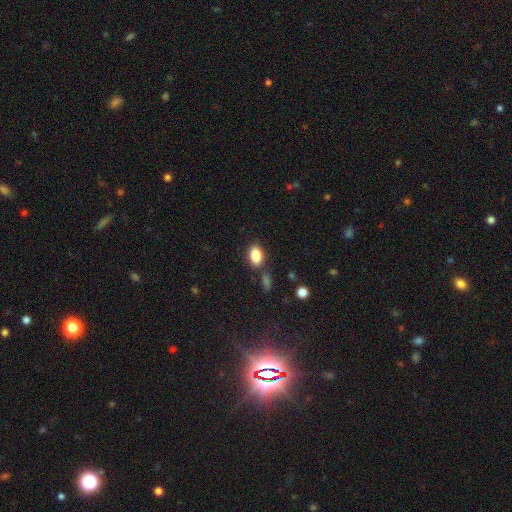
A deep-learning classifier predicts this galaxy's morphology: smooth-or-featured: smooth: 87% | star or artifact: 8% | featured or disk: 5%
  how-rounded: in between: 88% | round: 10% | cigar-shaped: 2%
  merging: none: 74% | minor disturbance: 13% | merger: 9% | major disturbance: 4%